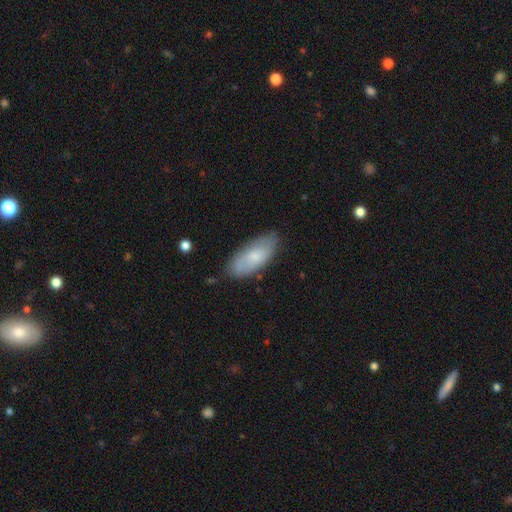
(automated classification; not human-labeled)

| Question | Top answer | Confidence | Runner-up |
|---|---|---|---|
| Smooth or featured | smooth | 70% | featured or disk (24%) |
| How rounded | in between | 85% | cigar-shaped (13%) |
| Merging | none | 79% | minor disturbance (17%) |